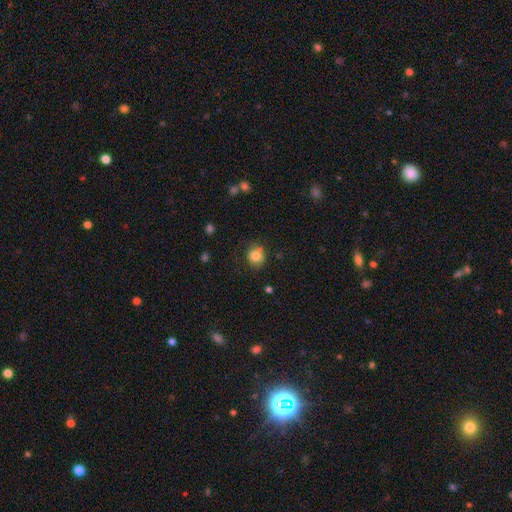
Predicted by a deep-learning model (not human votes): A smooth galaxy with no disk features (82%) that is round (80%).

Vote fractions:
- Smooth or featured? smooth: 82% / star or artifact: 11% / featured or disk: 8%
- How rounded? round: 80% / in between: 19% / cigar-shaped: 1%
- Merging? none: 72% / minor disturbance: 17% / merger: 7% / major disturbance: 4%